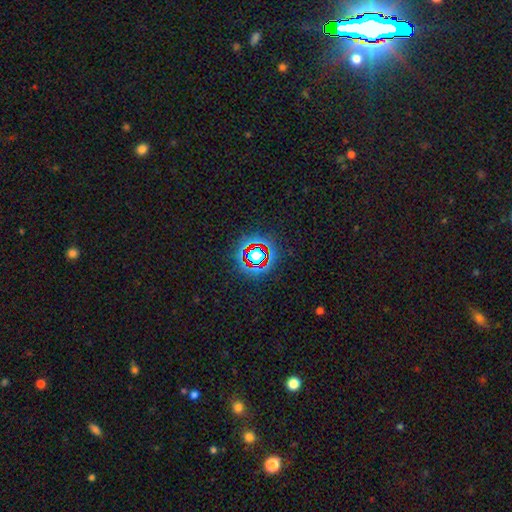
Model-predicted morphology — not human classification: star or artifact 70%, smooth 19%, featured or disk 11%.